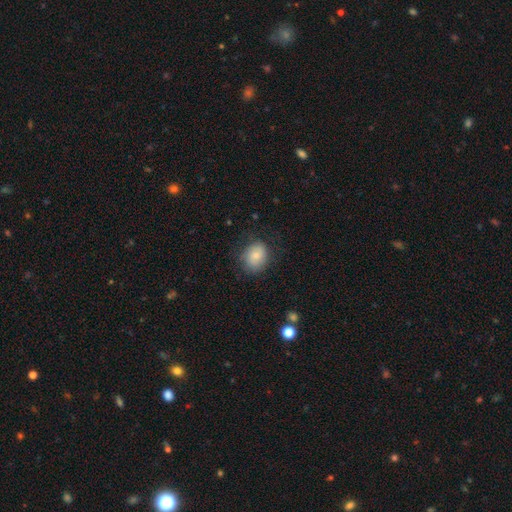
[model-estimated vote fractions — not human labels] Morphology: type=smooth (79%); roundness=round (56%); merging=none (74%).